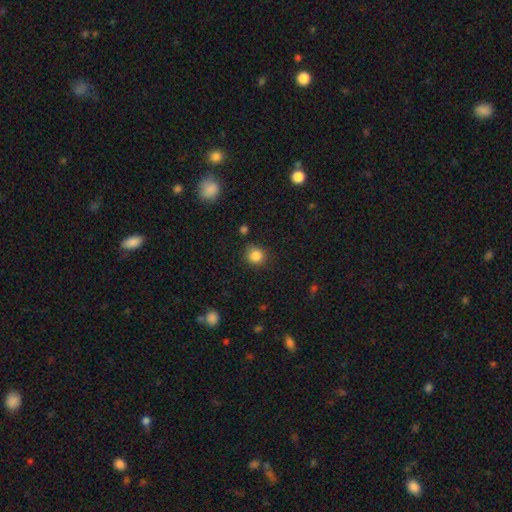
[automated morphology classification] type=smooth (85%); roundness=round (87%); merging=none (83%).